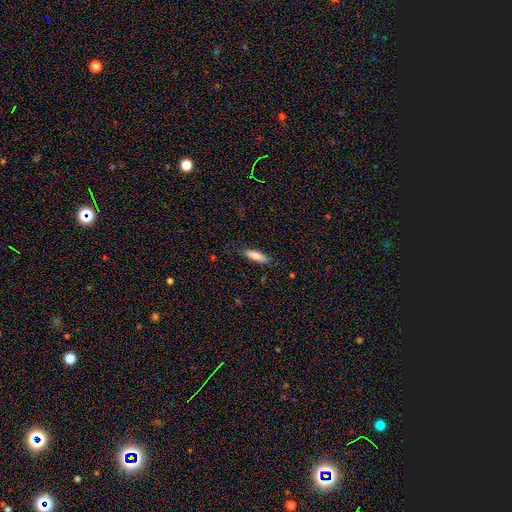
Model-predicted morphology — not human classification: smooth-or-featured: smooth: 80% | featured or disk: 14% | star or artifact: 6%
  how-rounded: cigar-shaped: 65% | in between: 34% | round: 2%
  merging: none: 84% | minor disturbance: 13% | major disturbance: 3% | merger: 1%